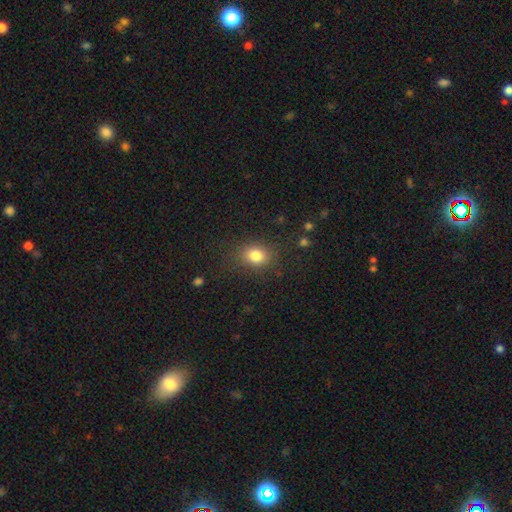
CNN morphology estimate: type=smooth (82%); roundness=in between (56%); merging=none (81%).